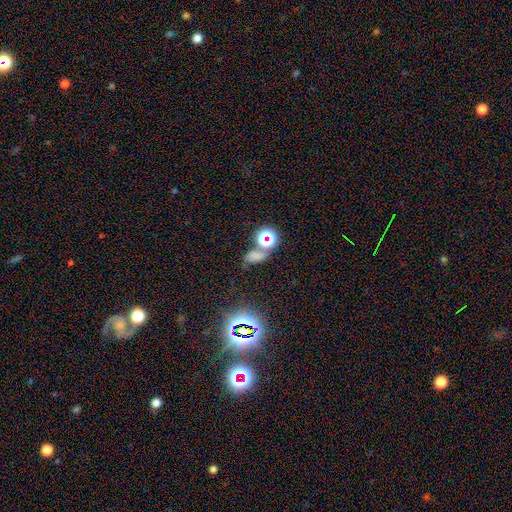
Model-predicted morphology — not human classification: type=smooth (50%); roundness=in between (67%); merging=none (48%).